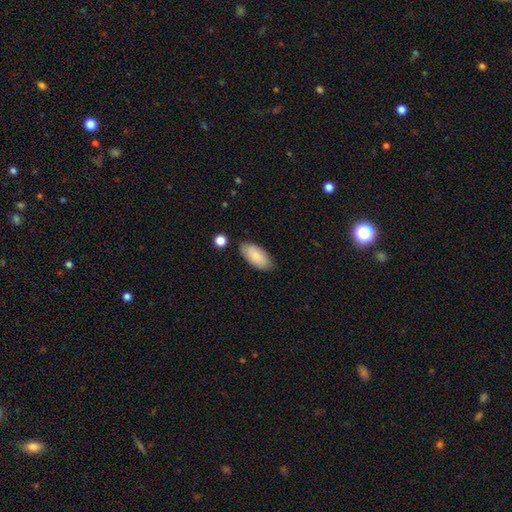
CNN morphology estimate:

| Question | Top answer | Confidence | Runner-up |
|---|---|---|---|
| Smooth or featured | smooth | 84% | featured or disk (11%) |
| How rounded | in between | 92% | cigar-shaped (6%) |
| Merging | none | 81% | minor disturbance (14%) |